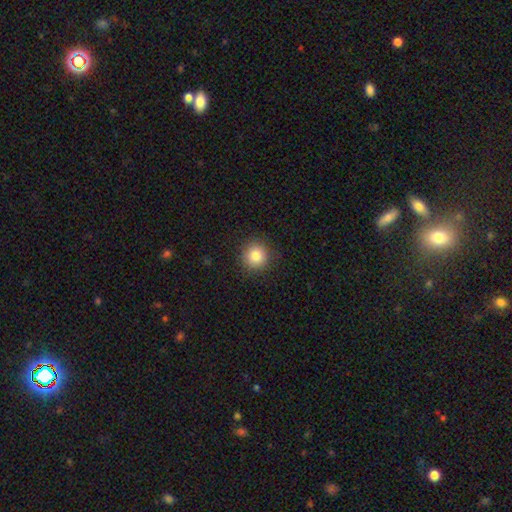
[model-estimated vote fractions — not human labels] smooth_or_featured: smooth (p=0.83) [alt: star or artifact p=0.11]
how_rounded: round (p=0.94) [alt: in between p=0.05]
merging: none (p=0.90) [alt: minor disturbance p=0.07]